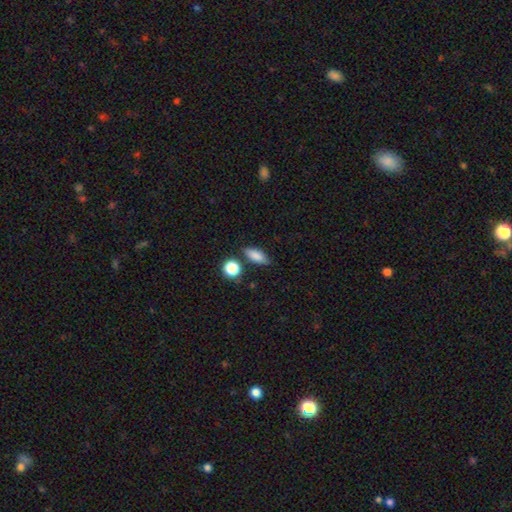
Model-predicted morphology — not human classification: Q: Smooth or featured?
A: smooth (84%); runner-up: star or artifact (9%)
Q: How rounded?
A: in between (75%); runner-up: cigar-shaped (17%)
Q: Merging?
A: none (79%); runner-up: minor disturbance (12%)